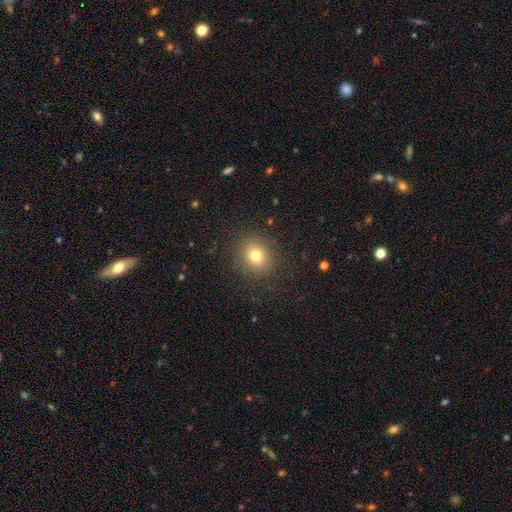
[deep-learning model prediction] Q: Smooth or featured?
A: smooth (76%); runner-up: star or artifact (15%)
Q: How rounded?
A: round (78%); runner-up: in between (21%)
Q: Merging?
A: none (87%); runner-up: minor disturbance (8%)